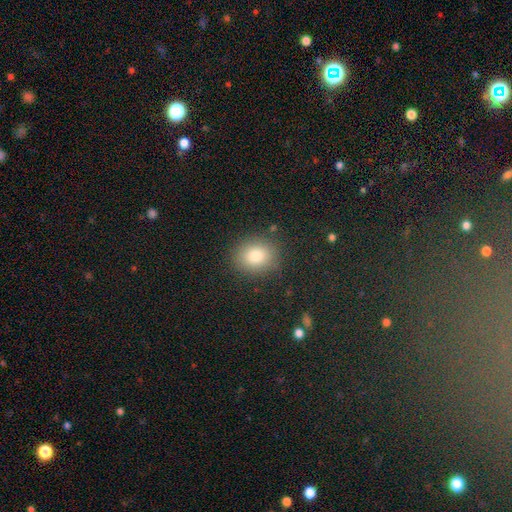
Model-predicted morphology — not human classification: This appears to be a smooth galaxy with no disk features (79%) that is round (62%). Merging: none (86%).